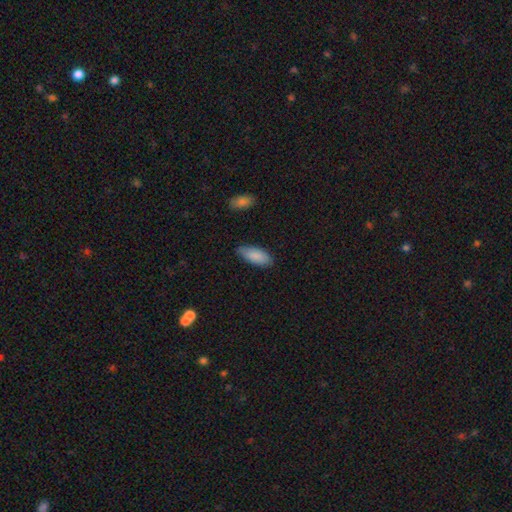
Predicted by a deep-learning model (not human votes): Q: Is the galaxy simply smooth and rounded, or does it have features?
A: smooth — 87%.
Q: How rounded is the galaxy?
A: in between — 85%.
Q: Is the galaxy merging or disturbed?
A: none — 79%.